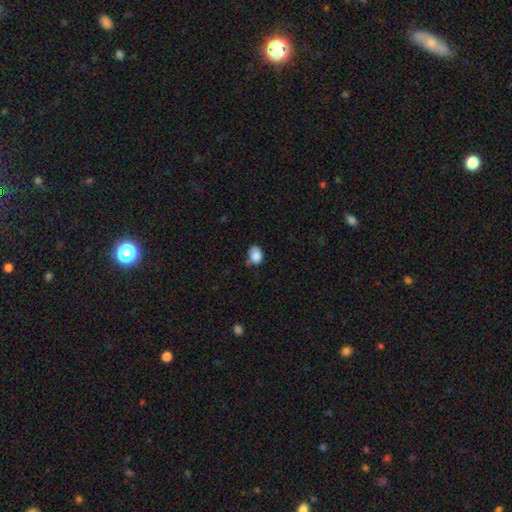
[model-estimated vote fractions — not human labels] Q: Smooth or featured?
A: smooth (86%); runner-up: star or artifact (9%)
Q: How rounded?
A: in between (62%); runner-up: round (37%)
Q: Merging?
A: none (51%); runner-up: minor disturbance (36%)